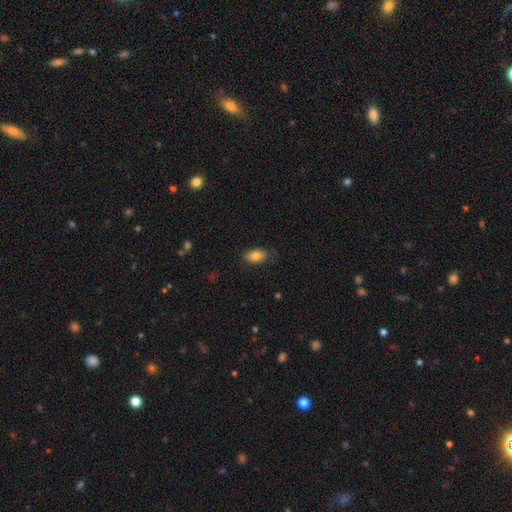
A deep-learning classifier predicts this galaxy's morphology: Smooth or featured: smooth — 80% (featured or disk — 12%)
How rounded: in between — 90% (round — 8%)
Merging: none — 81% (minor disturbance — 15%)